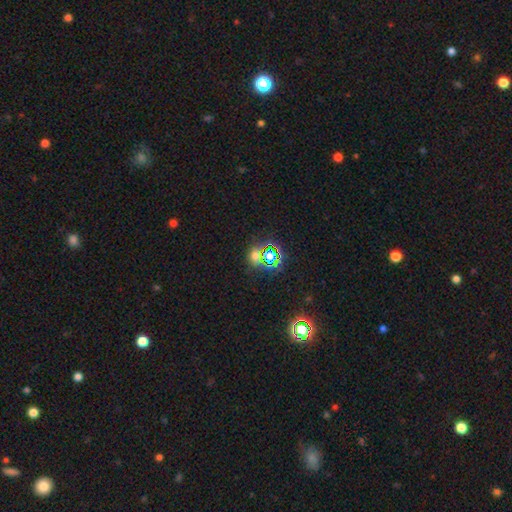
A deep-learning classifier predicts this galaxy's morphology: This is possibly a star or artifact rather than a galaxy (54%).